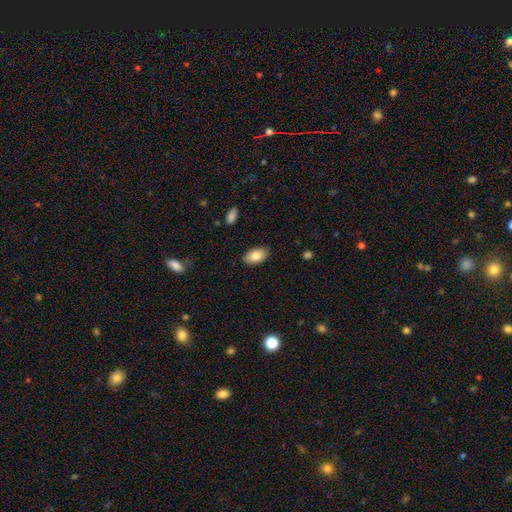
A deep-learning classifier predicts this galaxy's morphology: This is clearly a smooth galaxy (83%). How rounded: clearly in between (94%). Merging: clearly none (87%).